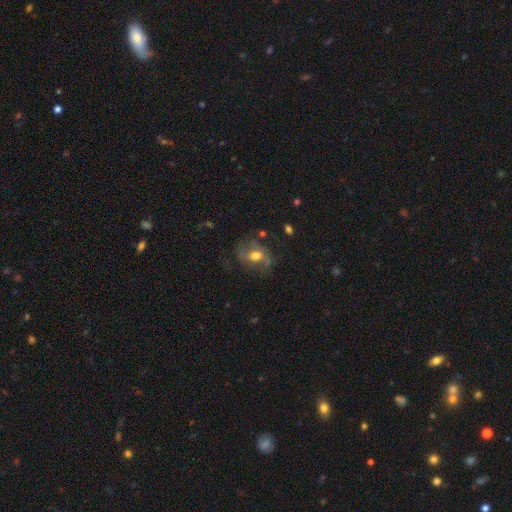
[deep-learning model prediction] Q: Smooth or featured?
A: featured or disk (68%); runner-up: smooth (23%)
Q: Edge-on disk?
A: no (96%); runner-up: yes (4%)
Q: Bar?
A: no (51%); runner-up: weak (36%)
Q: Spiral arms?
A: yes (86%); runner-up: no (14%)
Q: Spiral winding?
A: medium (45%); runner-up: loose (42%)
Q: Spiral arm count?
A: 2 (78%); runner-up: can't tell (9%)
Q: Bulge size?
A: moderate (69%); runner-up: large (18%)
Q: Merging?
A: none (62%); runner-up: minor disturbance (20%)